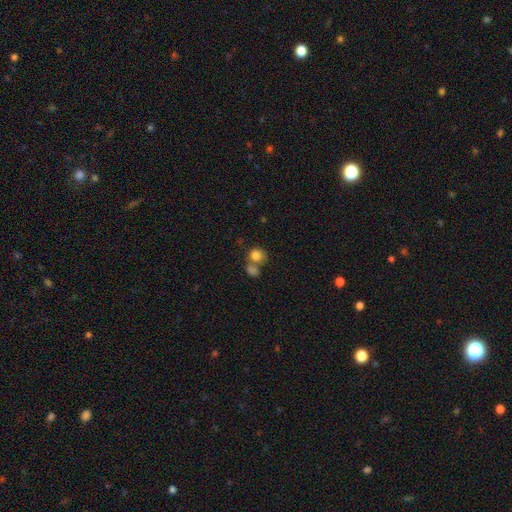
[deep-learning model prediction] Smooth or featured: smooth — 81% (star or artifact — 10%)
How rounded: round — 78% (in between — 21%)
Merging: none — 44% (merger — 41%)